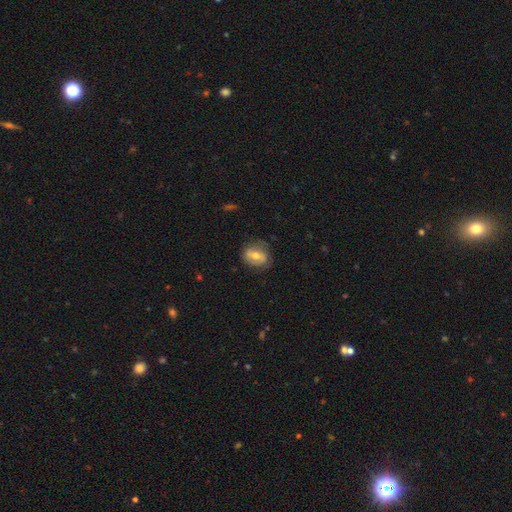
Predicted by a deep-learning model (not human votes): A featured or disk galaxy (49%).

Vote fractions:
- Smooth or featured? featured or disk: 49% / smooth: 44% / star or artifact: 8%
- Merging? none: 71% / minor disturbance: 20% / major disturbance: 7% / merger: 1%